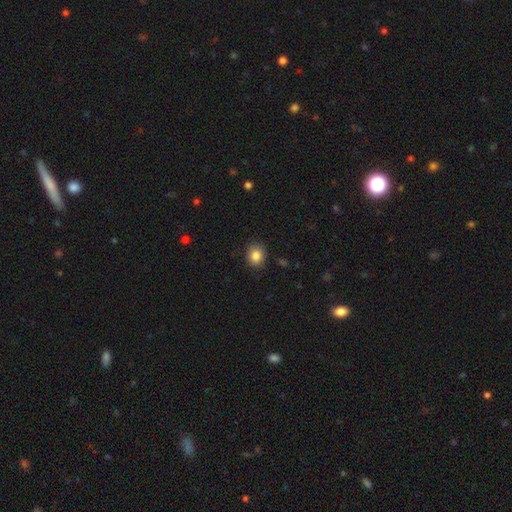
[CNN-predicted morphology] type=smooth (86%); roundness=round (72%); merging=none (87%).